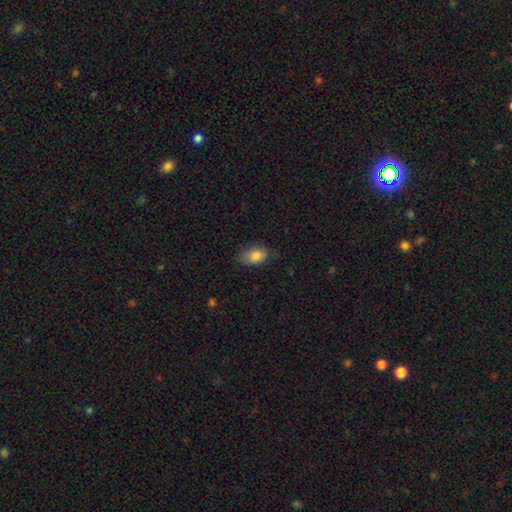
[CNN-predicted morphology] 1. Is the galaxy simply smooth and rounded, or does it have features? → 85% smooth, 8% star or artifact, 7% featured or disk.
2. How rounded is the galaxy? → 88% in between, 10% round, 2% cigar-shaped.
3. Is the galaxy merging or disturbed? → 69% none, 24% minor disturbance, 6% major disturbance, 1% merger.